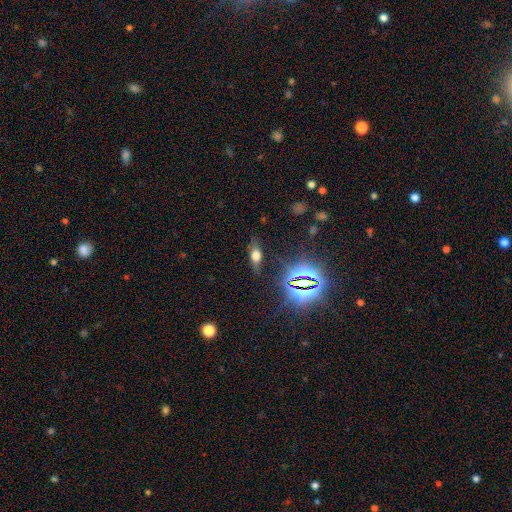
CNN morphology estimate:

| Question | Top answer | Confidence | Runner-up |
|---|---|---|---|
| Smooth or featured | smooth | 44% | featured or disk (33%) |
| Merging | none | 81% | minor disturbance (12%) |